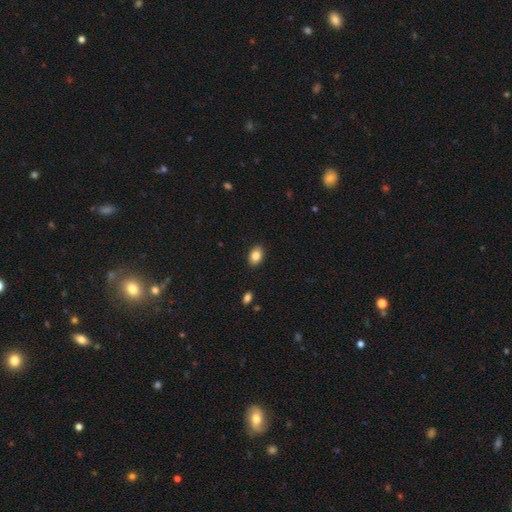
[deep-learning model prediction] A smooth galaxy with no disk features (84%) that is in between round and cigar-shaped (82%). Merging: none (89%).